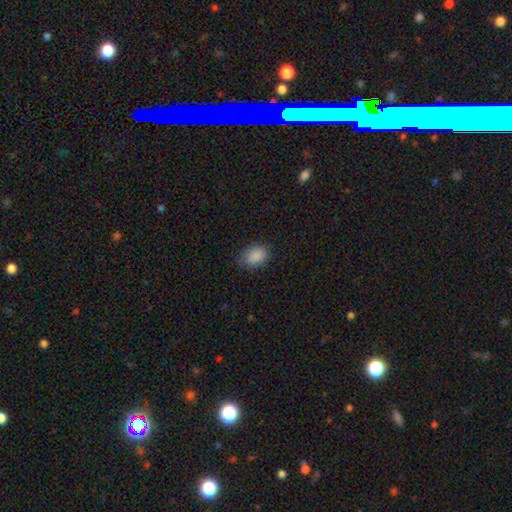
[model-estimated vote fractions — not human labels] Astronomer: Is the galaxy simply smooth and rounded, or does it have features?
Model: smooth — 88%.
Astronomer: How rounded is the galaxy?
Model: in between — 76%.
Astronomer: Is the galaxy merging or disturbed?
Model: none — 76%.